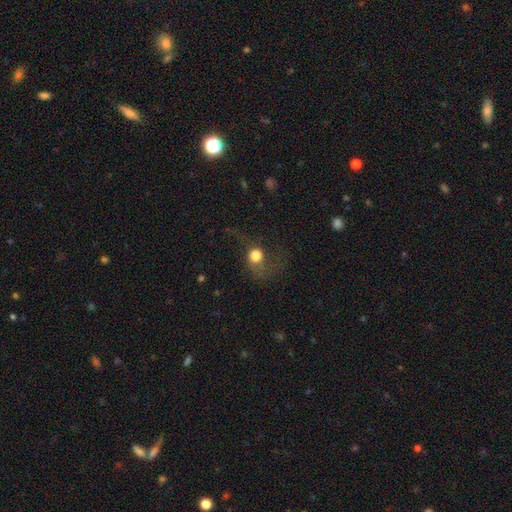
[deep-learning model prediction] Morphology: type=smooth (57%); roundness=round (80%); merging=major disturbance (46%).